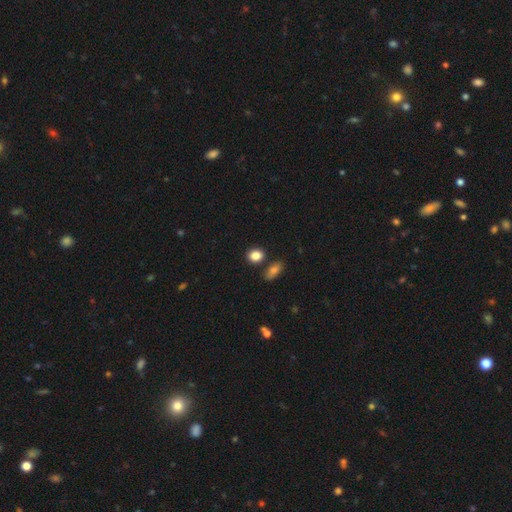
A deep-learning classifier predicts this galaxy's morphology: smooth_or_featured: smooth (p=0.86) [alt: star or artifact p=0.09]
how_rounded: round (p=0.50) [alt: in between p=0.48]
merging: none (p=0.78) [alt: minor disturbance p=0.10]